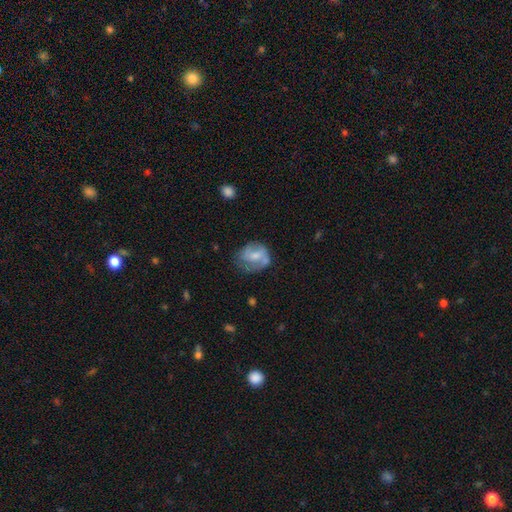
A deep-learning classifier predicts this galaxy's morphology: featured or disk 50%, smooth 42%, star or artifact 7%. Down the decision tree: edge-on disk — no (97%); merging — none (52%).